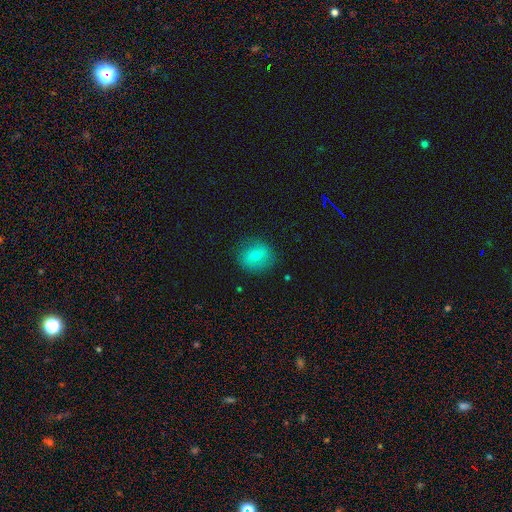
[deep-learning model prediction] smooth_or_featured: smooth (p=0.71) [alt: featured or disk p=0.20]
how_rounded: round (p=0.80) [alt: in between p=0.19]
merging: none (p=0.84) [alt: minor disturbance p=0.12]